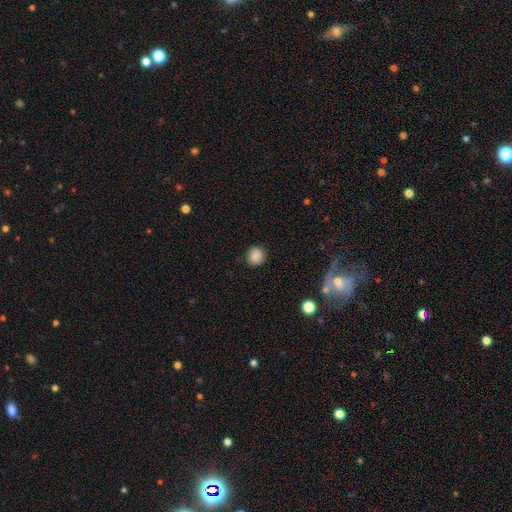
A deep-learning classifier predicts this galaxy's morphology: A smooth galaxy with no disk features (86%) that is round (91%). Merging: none (89%).